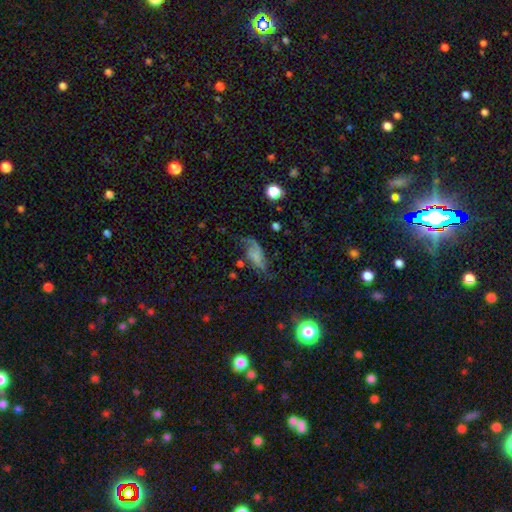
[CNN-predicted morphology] Smooth or featured?
  - featured or disk: 58% *
  - smooth: 30%
  - star or artifact: 12%
Edge-on disk?
  - no: 93% *
  - yes: 7%
Bar?
  - no: 59% *
  - weak: 30%
  - strong: 11%
Spiral arms?
  - yes: 83% *
  - no: 17%
Bulge size?
  - none: 61% *
  - small: 22%
  - moderate: 10%
  - large: 5%
  - dominant: 2%
Merging?
  - none: 40% *
  - major disturbance: 30%
  - minor disturbance: 24%
  - merger: 6%